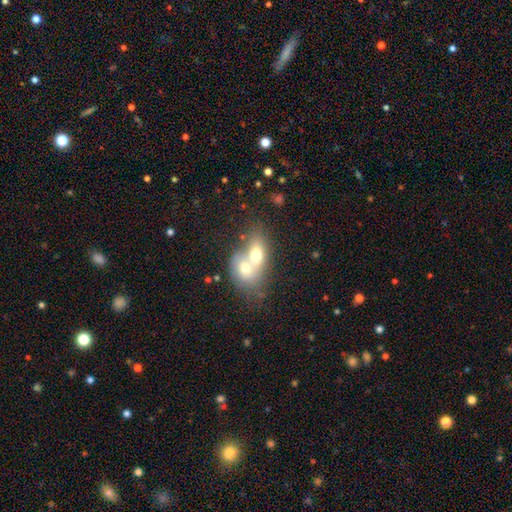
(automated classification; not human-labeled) This appears to be a smooth galaxy with no disk features (63%) that is in between round and cigar-shaped (64%). Merging: merger (76%).